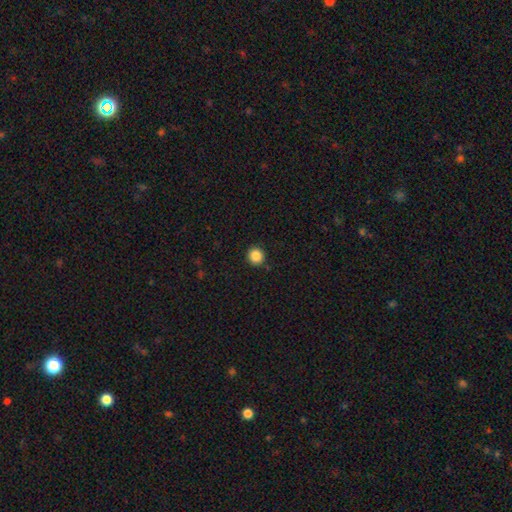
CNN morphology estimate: This is clearly a smooth galaxy (87%). How rounded: clearly round (92%). Merging: clearly none (90%).